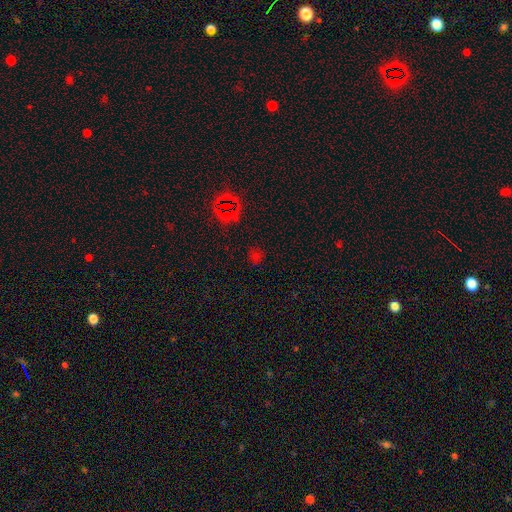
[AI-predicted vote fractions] star or artifact 51%, smooth 42%, featured or disk 6%.